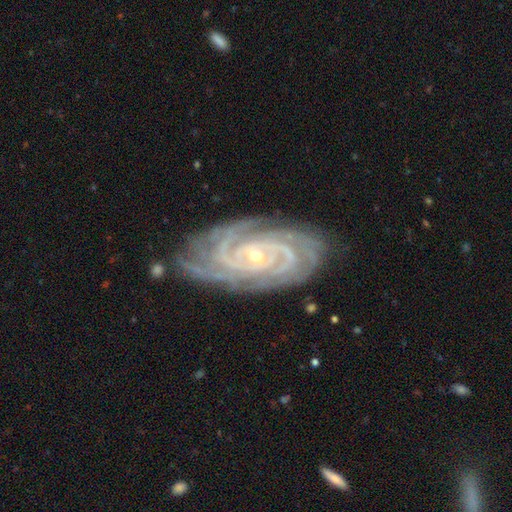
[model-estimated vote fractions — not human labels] The model was most divided on "spiral arm count": 4: 28%, 3: 24%, 2: 15%, can't tell: 13%, more than 4: 13%, 1: 7%. More confident: spiral arms — yes (99%); edge-on disk — no (96%); smooth or featured — featured or disk (92%); spiral winding — tight (82%); merging — none (79%); bulge size — small (75%); bar — no (64%).